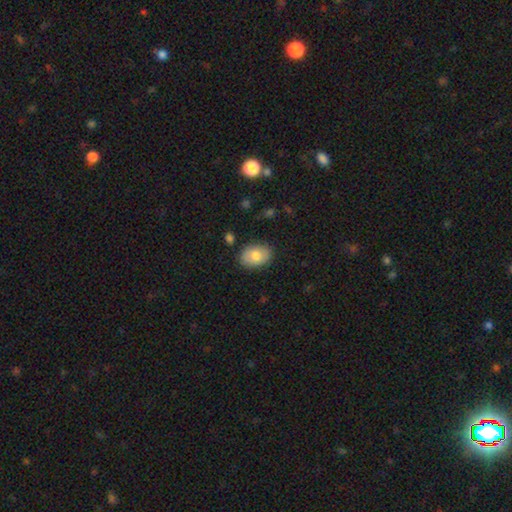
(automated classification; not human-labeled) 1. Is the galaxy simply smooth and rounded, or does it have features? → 74% smooth, 19% featured or disk, 7% star or artifact.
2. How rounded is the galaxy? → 76% in between, 23% round, 1% cigar-shaped.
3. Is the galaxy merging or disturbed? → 85% none, 11% minor disturbance, 2% major disturbance, 1% merger.